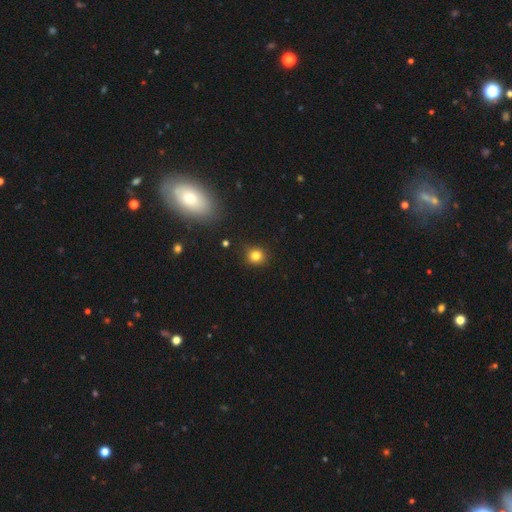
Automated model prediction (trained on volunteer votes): A smooth galaxy with no disk features (81%) that is round (88%). Merging: none (87%).